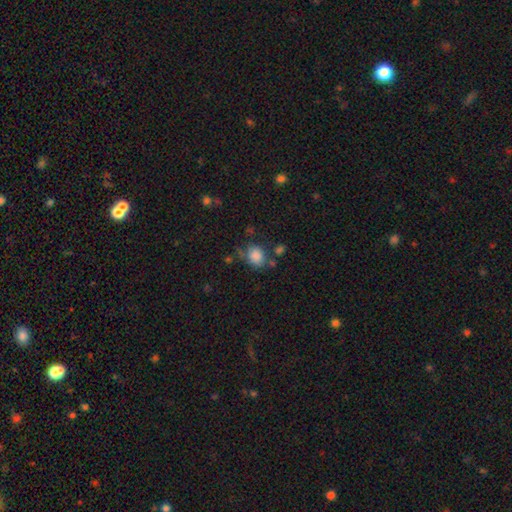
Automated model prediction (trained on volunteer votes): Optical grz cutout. It shows a smooth galaxy with no disk features (84%) that is round (58%). Merging: none (61%).